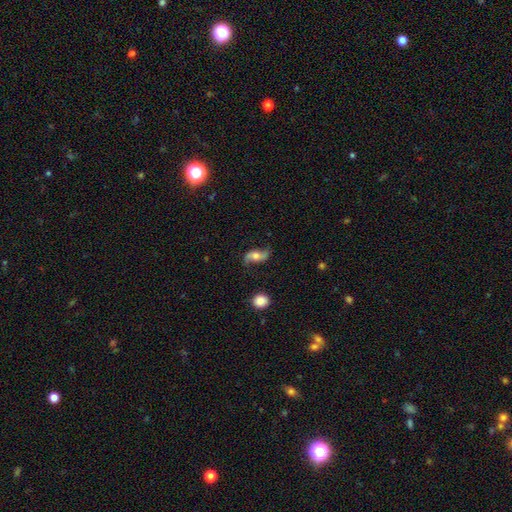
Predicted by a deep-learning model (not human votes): This appears to be a featured or disk galaxy (68%) with no bar (62%), 2 (92%) loose (85%) spiral arms (92%) and a moderate central bulge (62%). Merging: none (74%).